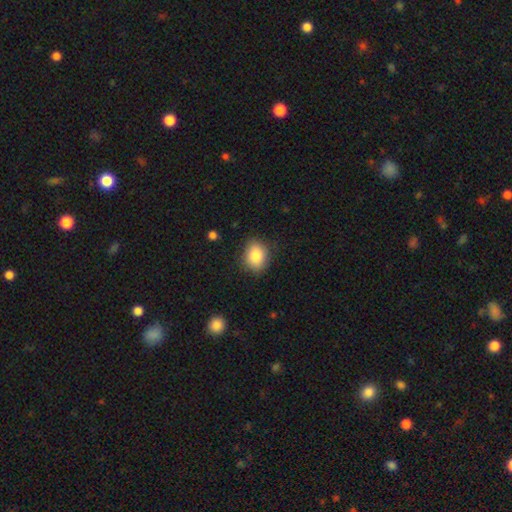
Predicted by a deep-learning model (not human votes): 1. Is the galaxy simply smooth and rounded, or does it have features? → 85% smooth, 9% star or artifact, 7% featured or disk.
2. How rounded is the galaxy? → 52% round, 47% in between, 1% cigar-shaped.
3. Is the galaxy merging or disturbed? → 84% none, 12% minor disturbance, 3% major disturbance, 1% merger.